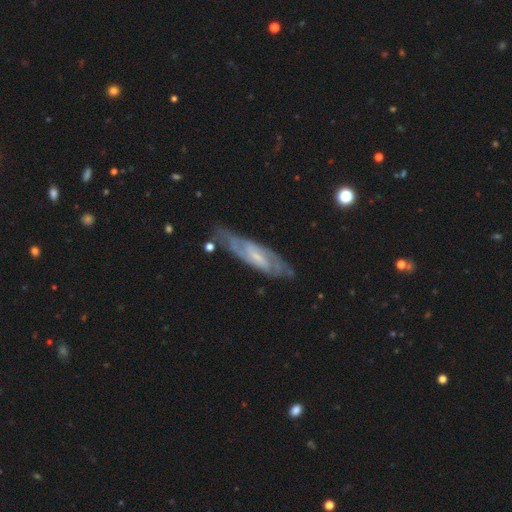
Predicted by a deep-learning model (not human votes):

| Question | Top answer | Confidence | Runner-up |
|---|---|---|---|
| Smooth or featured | featured or disk | 79% | smooth (15%) |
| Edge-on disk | no | 79% | yes (21%) |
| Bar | weak | 49% | no (28%) |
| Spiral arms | yes | 91% | no (9%) |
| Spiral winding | tight | 45% | medium (42%) |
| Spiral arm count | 2 | 63% | can't tell (25%) |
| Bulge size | small | 60% | moderate (22%) |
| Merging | none | 72% | minor disturbance (19%) |